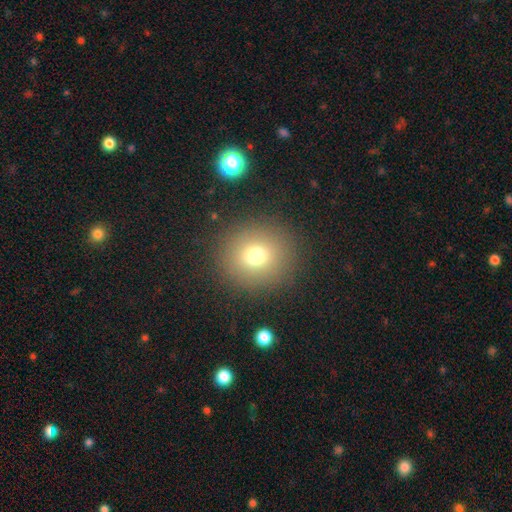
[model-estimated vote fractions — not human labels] Morphology: type=smooth (73%); roundness=round (91%); merging=none (88%).